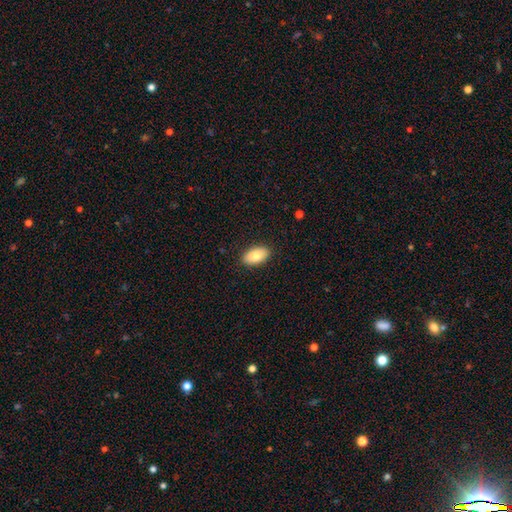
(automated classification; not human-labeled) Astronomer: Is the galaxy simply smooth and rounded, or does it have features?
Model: smooth — 81%.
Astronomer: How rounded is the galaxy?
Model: in between — 94%.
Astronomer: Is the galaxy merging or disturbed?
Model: none — 89%.